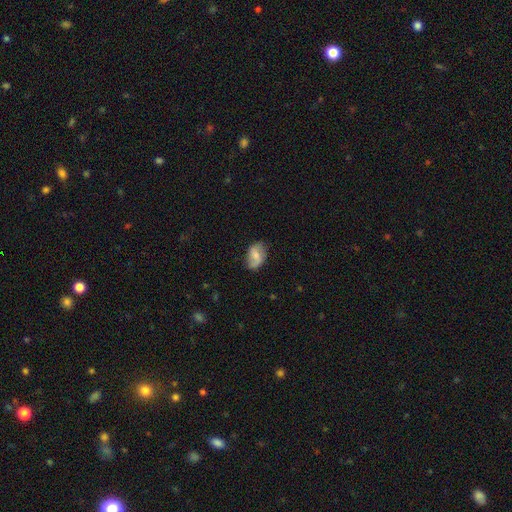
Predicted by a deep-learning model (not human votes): Smooth or featured: smooth — 46% (tied with featured or disk — 46%)
Merging: none — 68% (minor disturbance — 24%)